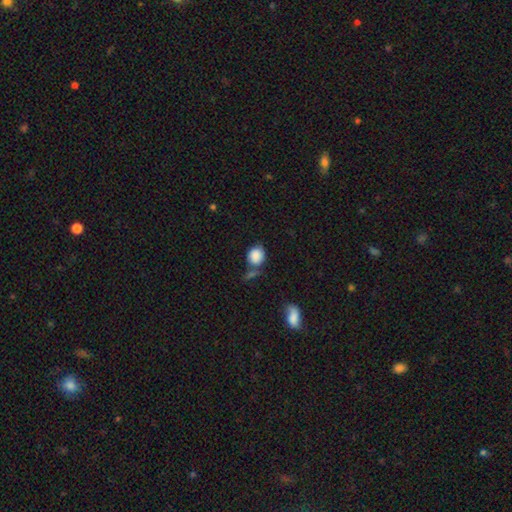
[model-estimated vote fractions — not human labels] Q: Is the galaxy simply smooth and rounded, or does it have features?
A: smooth — 87%.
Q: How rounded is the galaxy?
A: round — 68%.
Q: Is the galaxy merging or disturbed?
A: none — 55%.